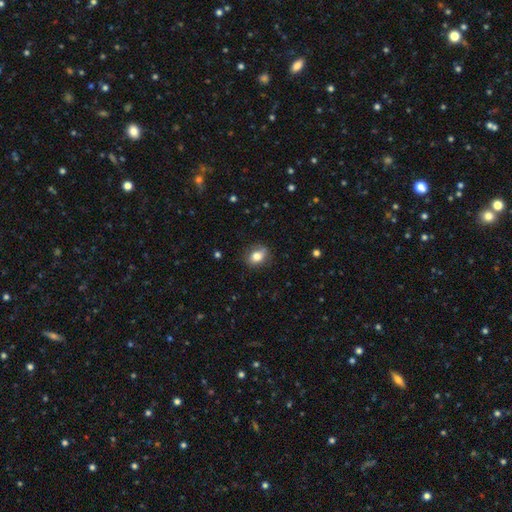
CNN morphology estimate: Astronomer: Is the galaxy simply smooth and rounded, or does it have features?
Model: smooth — 79%.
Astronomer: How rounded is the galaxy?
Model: in between — 59% (runner-up: round, 39%).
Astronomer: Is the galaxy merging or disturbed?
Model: none — 78%.